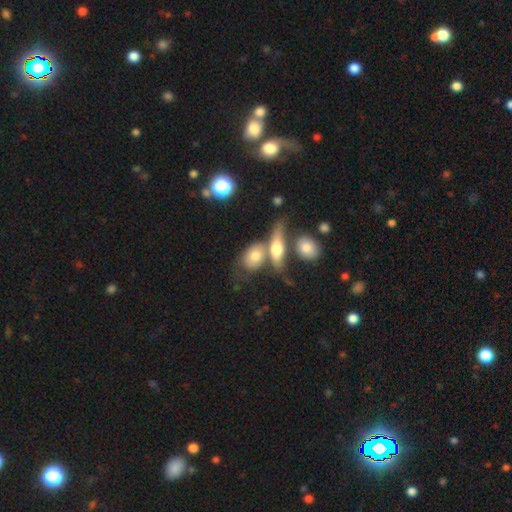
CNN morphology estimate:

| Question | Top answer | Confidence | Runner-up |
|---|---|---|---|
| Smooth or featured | smooth | 61% | featured or disk (29%) |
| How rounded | in between | 65% | round (23%) |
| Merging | merger | 42% | none (35%) |